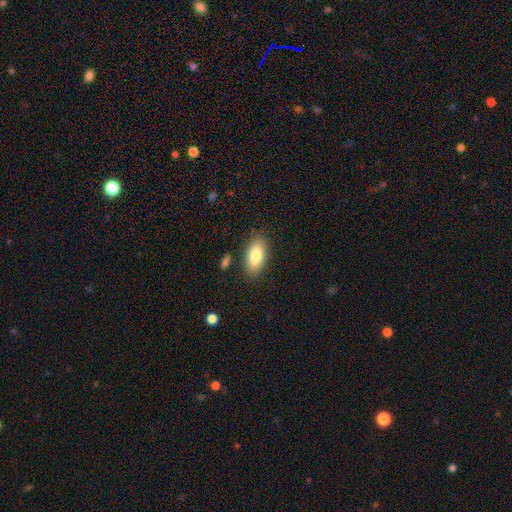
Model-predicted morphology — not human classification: This appears to be a smooth galaxy with no disk features (82%) that is in between round and cigar-shaped (91%). Merging: none (84%).